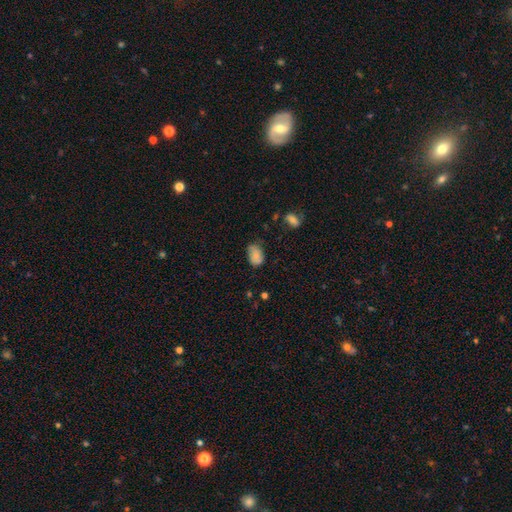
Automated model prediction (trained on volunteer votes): Smooth or featured? Predicted: smooth (p=0.79). How rounded? Predicted: in between (p=0.86). Merging? Predicted: none (p=0.54).